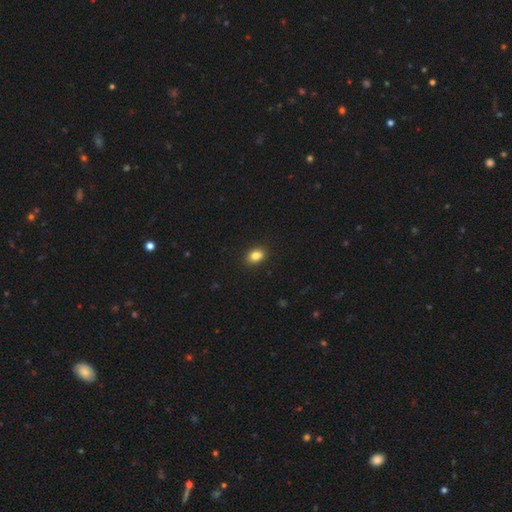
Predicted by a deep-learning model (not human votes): This appears to be a smooth galaxy with no disk features (85%) that is in between round and cigar-shaped (73%). Merging: none (89%).